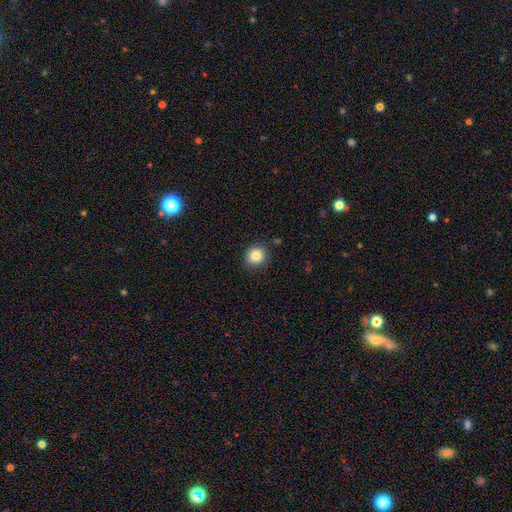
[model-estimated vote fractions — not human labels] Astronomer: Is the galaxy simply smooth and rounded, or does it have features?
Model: smooth — 84%.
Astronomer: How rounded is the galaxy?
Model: round — 86%.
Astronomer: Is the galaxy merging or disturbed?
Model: none — 87%.